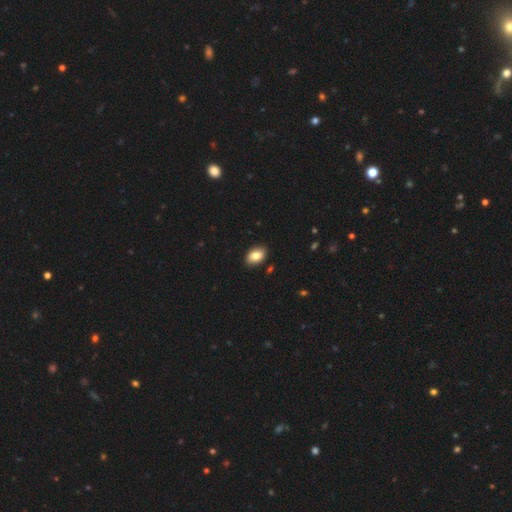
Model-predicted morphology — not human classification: This is clearly a smooth galaxy (84%). How rounded: clearly in between (89%). Merging: clearly none (88%).